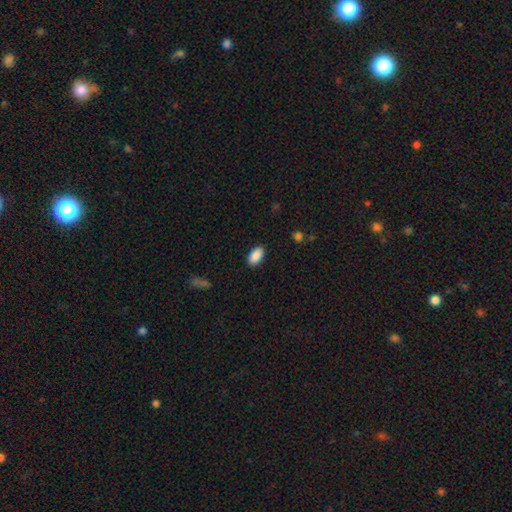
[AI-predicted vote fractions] smooth 90%, star or artifact 7%, featured or disk 3%. Down the decision tree: how rounded — in between (94%); merging — none (88%).